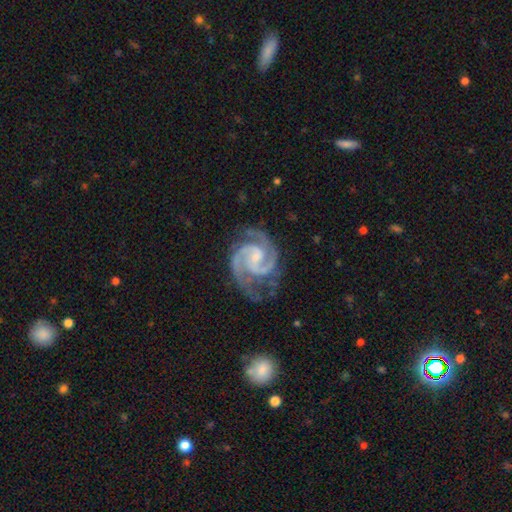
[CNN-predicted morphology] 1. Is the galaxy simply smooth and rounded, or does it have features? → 94% featured or disk, 4% star or artifact, 2% smooth.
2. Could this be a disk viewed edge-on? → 98% no, 2% yes.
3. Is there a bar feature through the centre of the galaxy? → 47% weak, 38% no, 15% strong.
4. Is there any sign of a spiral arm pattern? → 99% yes, 1% no.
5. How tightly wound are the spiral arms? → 54% medium, 39% tight, 7% loose.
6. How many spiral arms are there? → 83% 2, 10% 3, 2% can't tell, 2% 4, 2% 1, 2% more than 4.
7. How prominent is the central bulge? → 53% small, 28% moderate, 17% none, 2% large, 1% dominant.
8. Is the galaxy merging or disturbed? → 68% none, 21% minor disturbance, 9% major disturbance, 2% merger.